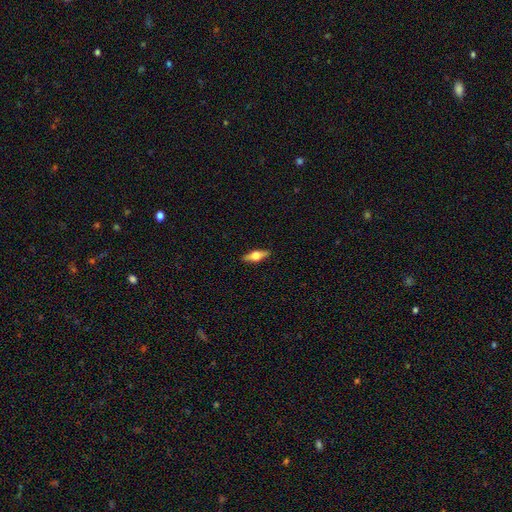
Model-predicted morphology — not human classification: A featured or disk galaxy (61%) viewed edge-on (95%) with a rounded central bulge (95%).

Vote fractions:
- Smooth or featured? featured or disk: 61% / smooth: 33% / star or artifact: 6%
- Edge-on disk? yes: 95% / no: 5%
- Edge-on bulge? rounded: 95% / boxy: 4% / none: 1%
- Merging? none: 90% / minor disturbance: 7% / major disturbance: 2% / merger: 1%